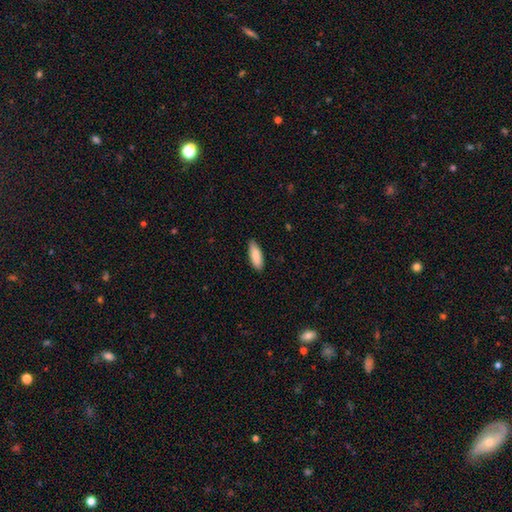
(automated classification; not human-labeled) Morphology: type=smooth (88%); roundness=in between (67%); merging=none (87%).